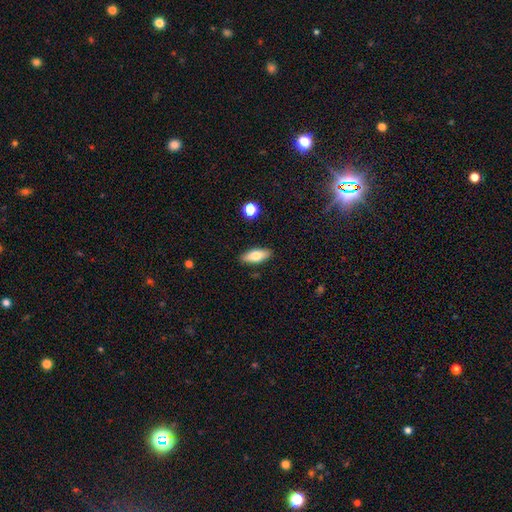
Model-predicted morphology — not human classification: Q: Smooth or featured?
A: smooth (74%); runner-up: featured or disk (19%)
Q: How rounded?
A: in between (77%); runner-up: cigar-shaped (20%)
Q: Merging?
A: none (88%); runner-up: minor disturbance (8%)